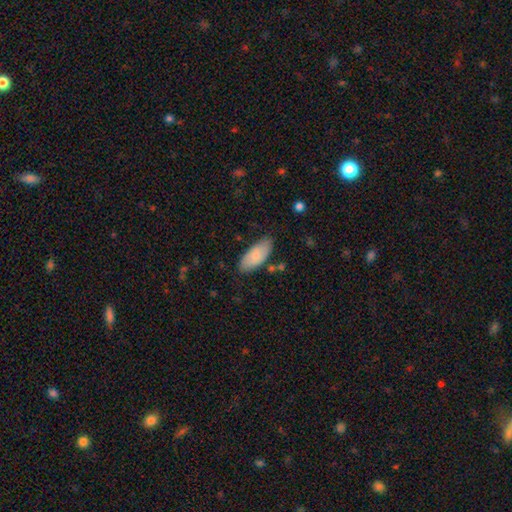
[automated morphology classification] A smooth galaxy with no disk features (80%) that is in between round and cigar-shaped (88%).

Vote fractions:
- Smooth or featured? smooth: 80% / featured or disk: 15% / star or artifact: 6%
- How rounded? in between: 88% / cigar-shaped: 10% / round: 2%
- Merging? none: 77% / minor disturbance: 17% / major disturbance: 3% / merger: 3%